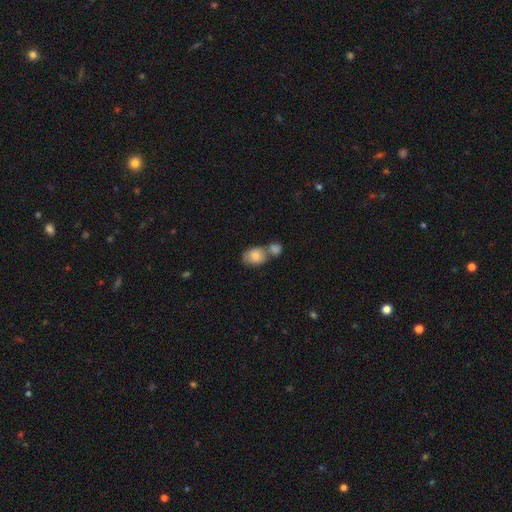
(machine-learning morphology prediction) A smooth galaxy with no disk features (82%) that is in between round and cigar-shaped (66%).

Vote fractions:
- Smooth or featured? smooth: 82% / featured or disk: 11% / star or artifact: 7%
- How rounded? in between: 66% / round: 33% / cigar-shaped: 1%
- Merging? merger: 52% / none: 34% / minor disturbance: 11% / major disturbance: 4%